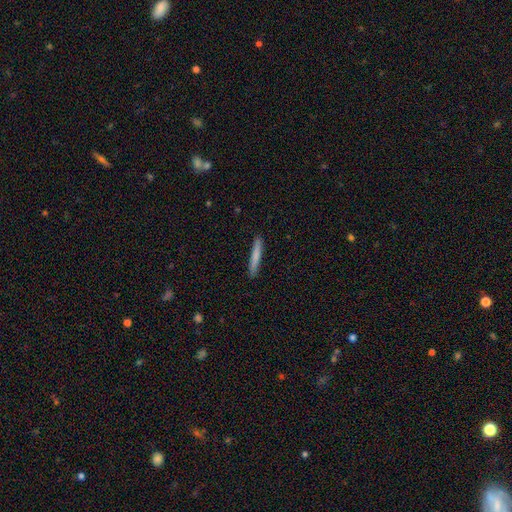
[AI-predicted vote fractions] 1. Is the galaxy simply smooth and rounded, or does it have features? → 76% smooth, 18% featured or disk, 5% star or artifact.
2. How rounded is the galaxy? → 96% cigar-shaped, 3% in between, 1% round.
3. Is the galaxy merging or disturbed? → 90% none, 7% minor disturbance, 1% major disturbance, 1% merger.